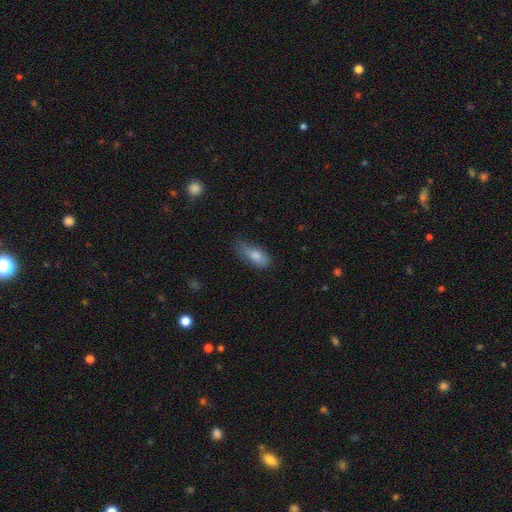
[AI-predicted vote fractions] Q: Smooth or featured?
A: smooth (80%); runner-up: featured or disk (13%)
Q: How rounded?
A: in between (84%); runner-up: cigar-shaped (13%)
Q: Merging?
A: none (47%); runner-up: minor disturbance (38%)